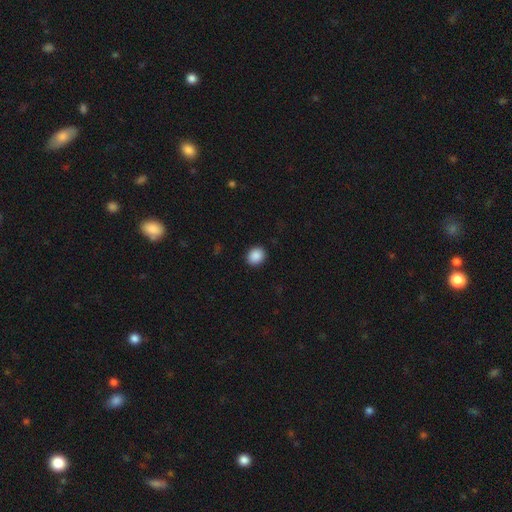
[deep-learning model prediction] This appears to be a smooth galaxy with no disk features (89%) that is round (60%). Merging: none (91%).